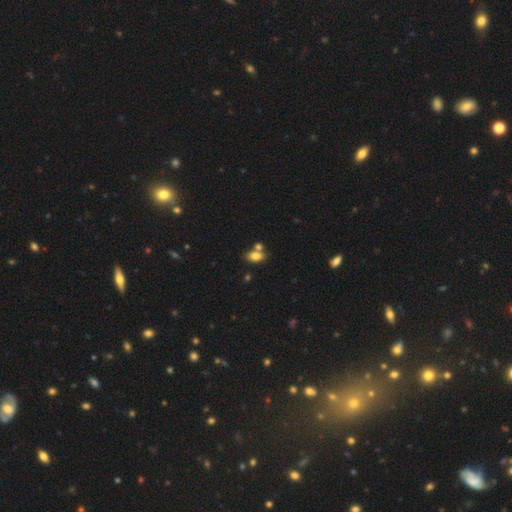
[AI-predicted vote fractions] Morphology: type=smooth (79%); roundness=in between (88%); merging=none (55%).